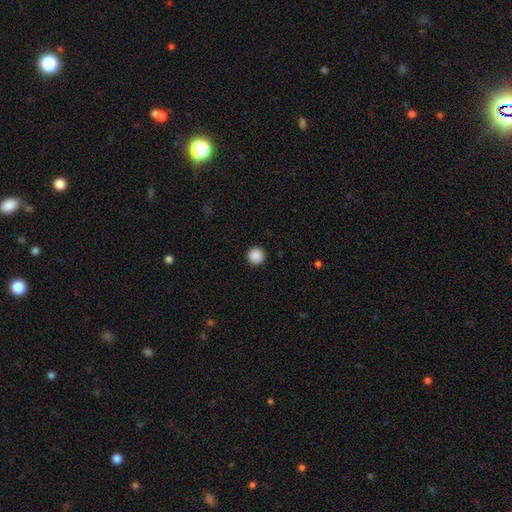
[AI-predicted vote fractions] This appears to be a smooth galaxy with no disk features (88%) that is round (97%). Merging: none (94%).